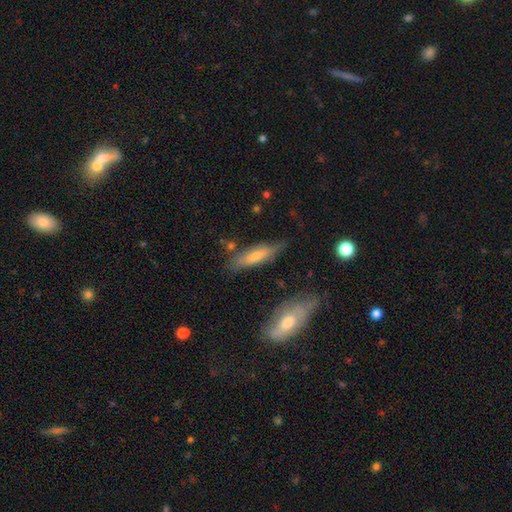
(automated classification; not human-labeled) smooth-or-featured: smooth: 53% | featured or disk: 39% | star or artifact: 8%
  how-rounded: cigar-shaped: 64% | in between: 34% | round: 3%
  merging: none: 71% | minor disturbance: 19% | merger: 5% | major disturbance: 5%